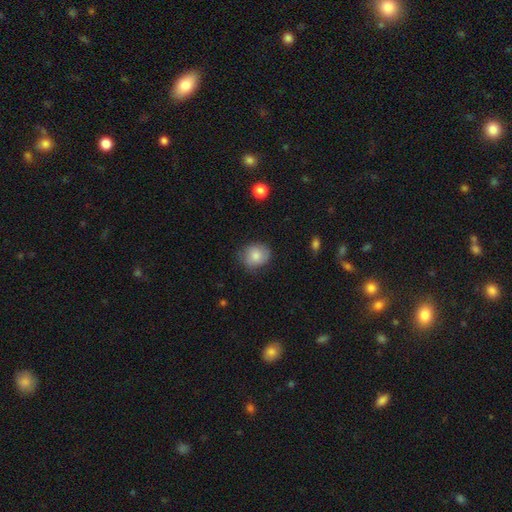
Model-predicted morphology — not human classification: Q: Smooth or featured?
A: smooth (81%); runner-up: featured or disk (12%)
Q: How rounded?
A: round (74%); runner-up: in between (26%)
Q: Merging?
A: none (74%); runner-up: minor disturbance (20%)